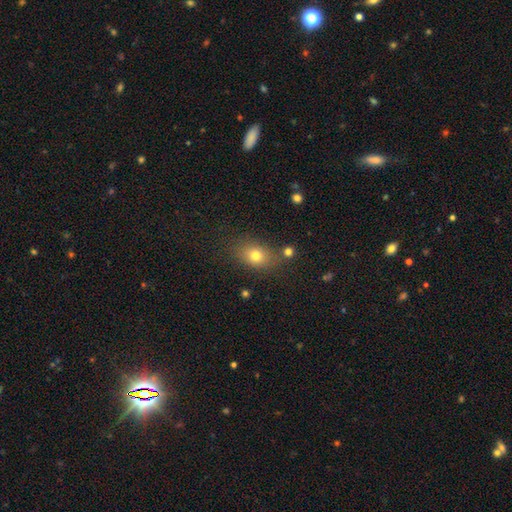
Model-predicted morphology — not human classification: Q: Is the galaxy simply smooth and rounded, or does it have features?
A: smooth — 75%.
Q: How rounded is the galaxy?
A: in between — 67%.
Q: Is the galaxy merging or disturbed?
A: none — 74%.